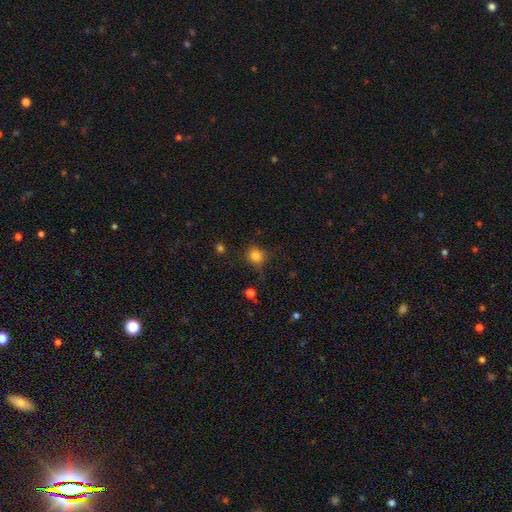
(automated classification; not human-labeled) Overall: smooth (82%). How rounded: round (83%). Merging: none (71%).